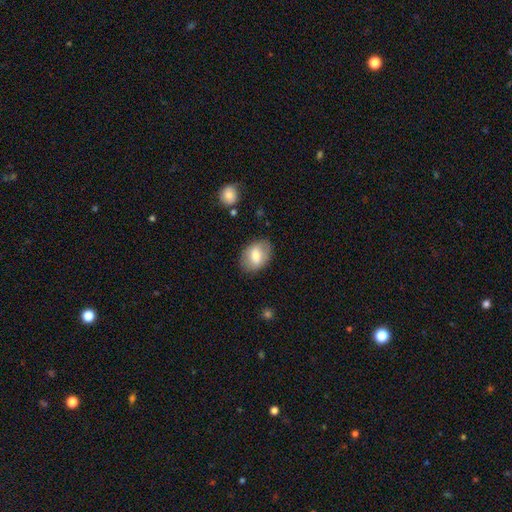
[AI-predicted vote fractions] This is likely a smooth galaxy (70%). How rounded: likely in between (75%). Merging: clearly none (82%).